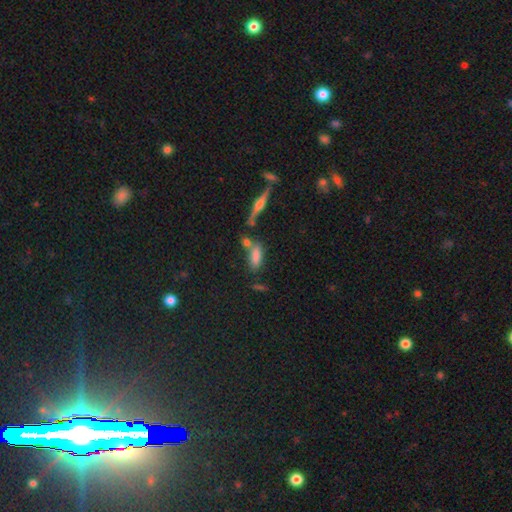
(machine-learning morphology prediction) This is likely a smooth galaxy (73%). How rounded: likely in between (70%). Merging: possibly none (54%).